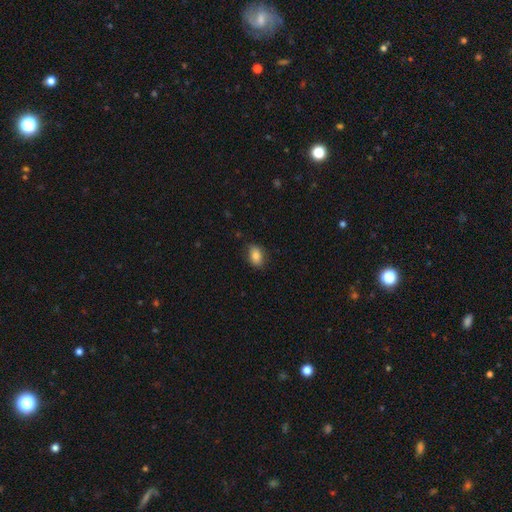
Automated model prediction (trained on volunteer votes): smooth 82%, featured or disk 10%, star or artifact 8%. Down the decision tree: how rounded — in between (84%); merging — none (81%).